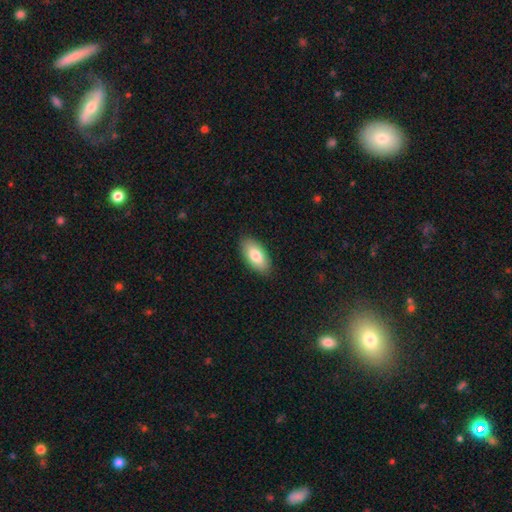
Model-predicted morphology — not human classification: Q: Smooth or featured?
A: smooth (82%); runner-up: featured or disk (13%)
Q: How rounded?
A: in between (92%); runner-up: cigar-shaped (6%)
Q: Merging?
A: none (88%); runner-up: minor disturbance (9%)